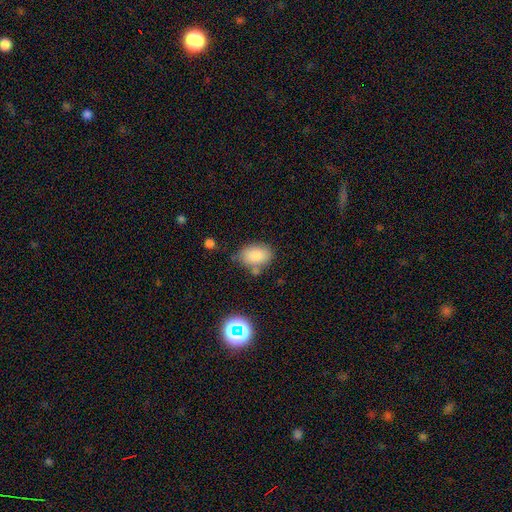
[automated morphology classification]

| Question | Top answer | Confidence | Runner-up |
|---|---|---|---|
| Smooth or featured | smooth | 82% | star or artifact (10%) |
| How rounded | in between | 83% | round (16%) |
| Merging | none | 65% | minor disturbance (20%) |